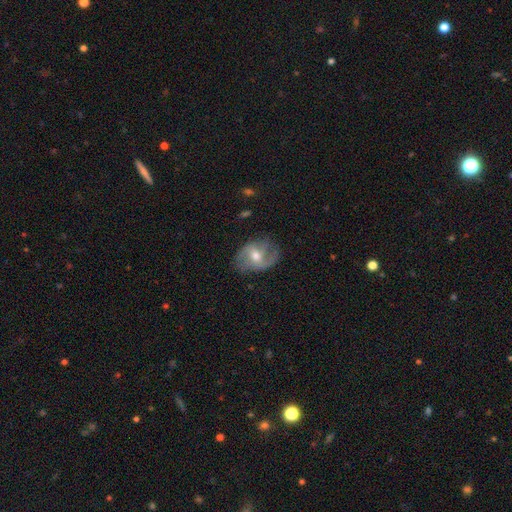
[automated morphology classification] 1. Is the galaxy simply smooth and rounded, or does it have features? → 74% featured or disk, 20% smooth, 6% star or artifact.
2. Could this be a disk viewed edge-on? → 96% no, 4% yes.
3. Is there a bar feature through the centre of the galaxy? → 46% weak, 39% no, 15% strong.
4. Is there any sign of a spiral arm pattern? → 90% yes, 10% no.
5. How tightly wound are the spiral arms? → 45% medium, 37% loose, 18% tight.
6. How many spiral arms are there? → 69% 2, 12% can't tell, 9% 3, 5% 1, 2% 4, 2% more than 4.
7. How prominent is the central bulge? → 69% moderate, 24% small, 5% large, 1% none, 1% dominant.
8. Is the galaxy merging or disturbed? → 68% none, 21% minor disturbance, 9% major disturbance, 1% merger.